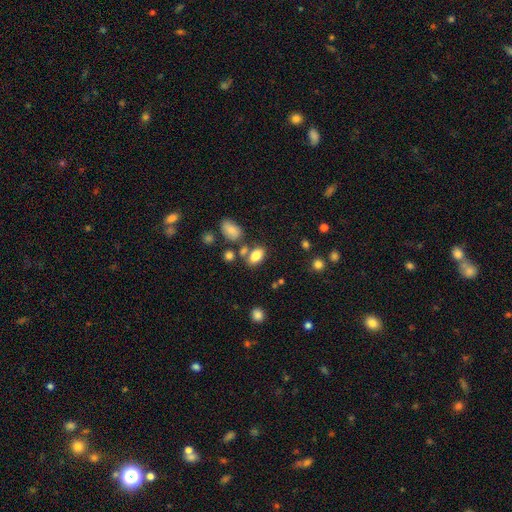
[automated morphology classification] Smooth or featured? smooth (82%)
How rounded? in between (89%)
Merging? none (66%)